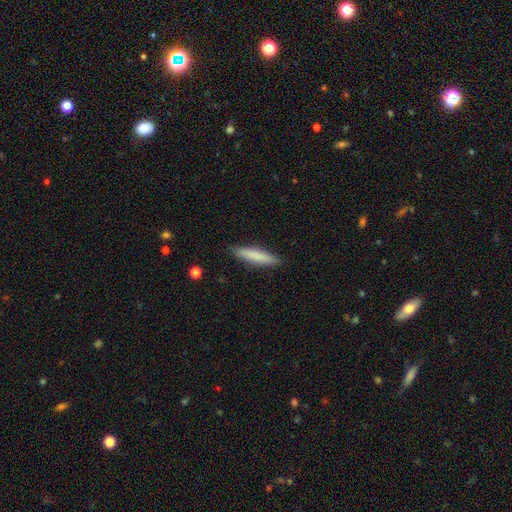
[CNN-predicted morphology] smooth_or_featured: smooth (p=0.79) [alt: featured or disk p=0.15]
how_rounded: cigar-shaped (p=0.90) [alt: in between p=0.09]
merging: none (p=0.90) [alt: minor disturbance p=0.08]